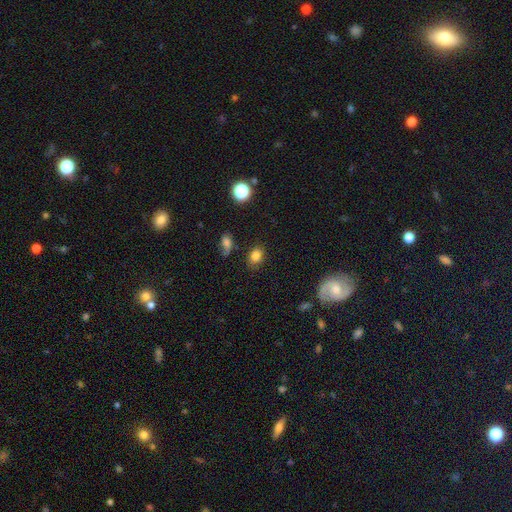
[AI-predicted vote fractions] smooth_or_featured: smooth (p=0.81) [alt: star or artifact p=0.13]
how_rounded: in between (p=0.64) [alt: round p=0.35]
merging: none (p=0.79) [alt: minor disturbance p=0.14]